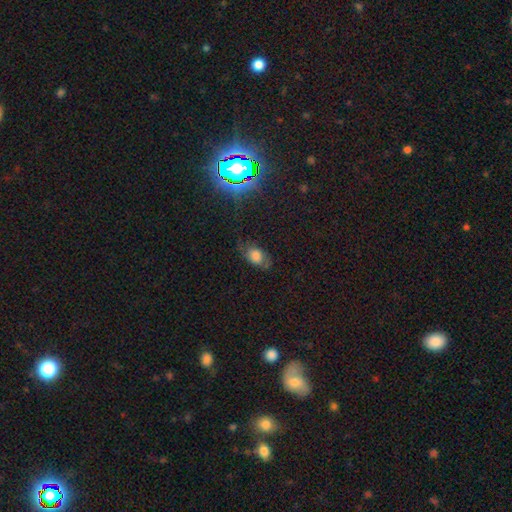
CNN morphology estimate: smooth-or-featured: smooth: 67% | featured or disk: 18% | star or artifact: 14%
  how-rounded: in between: 81% | round: 16% | cigar-shaped: 3%
  merging: none: 64% | minor disturbance: 24% | major disturbance: 10% | merger: 2%